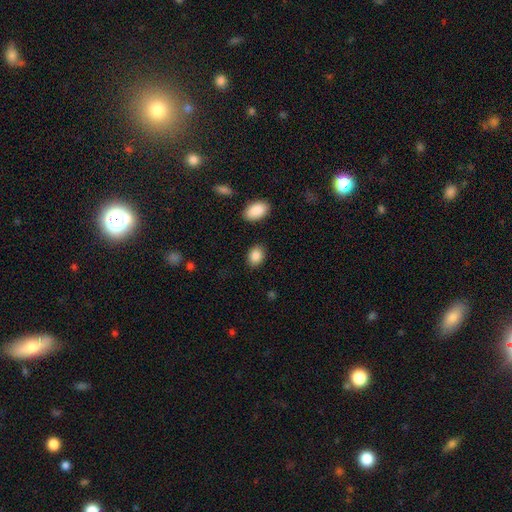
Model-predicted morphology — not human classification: The model was most divided on "how rounded": in between: 71%, round: 28%, cigar-shaped: 1%. More confident: smooth or featured — smooth (87%); merging — none (87%).